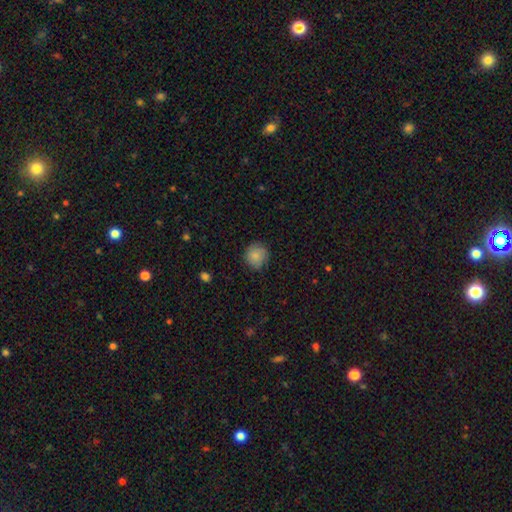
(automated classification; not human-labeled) Smooth or featured? Predicted: smooth (p=0.84). How rounded? Predicted: round (p=0.91). Merging? Predicted: none (p=0.82).